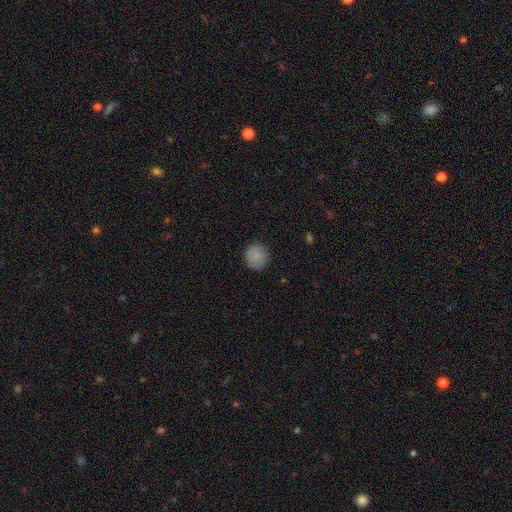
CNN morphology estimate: smooth_or_featured: smooth (p=0.83) [alt: star or artifact p=0.09]
how_rounded: round (p=0.88) [alt: in between p=0.11]
merging: none (p=0.86) [alt: minor disturbance p=0.10]